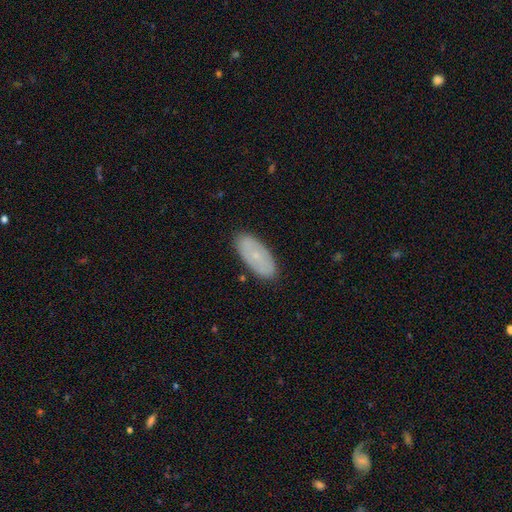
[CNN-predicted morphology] smooth 58%, featured or disk 34%, star or artifact 7%. Down the decision tree: how rounded — in between (90%); merging — none (87%).